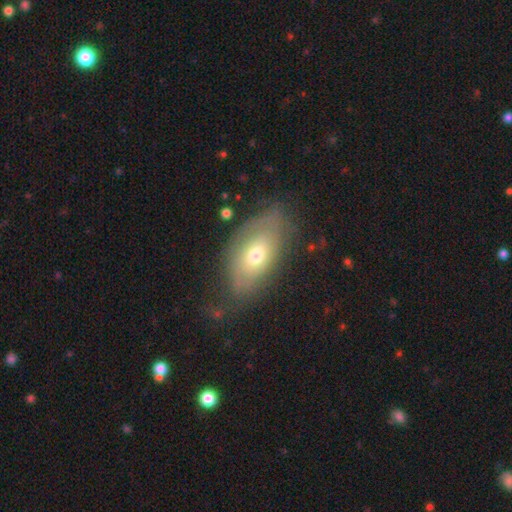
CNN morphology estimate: Smooth or featured? smooth (55%)
How rounded? in between (90%)
Merging? none (58%)